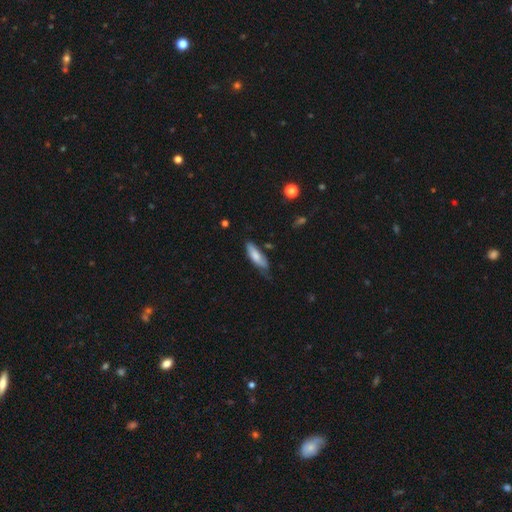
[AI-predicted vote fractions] Smooth or featured?
  - smooth: 72% *
  - featured or disk: 22%
  - star or artifact: 6%
How rounded?
  - in between: 50% *
  - cigar-shaped: 48%
  - round: 2%
Merging?
  - none: 48% *
  - minor disturbance: 38%
  - major disturbance: 11%
  - merger: 3%